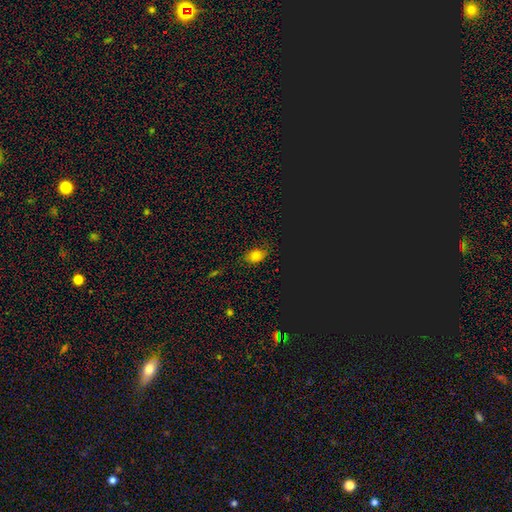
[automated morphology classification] smooth_or_featured: smooth (p=0.69) [alt: star or artifact p=0.24]
how_rounded: in between (p=0.72) [alt: round p=0.26]
merging: none (p=0.77) [alt: minor disturbance p=0.18]